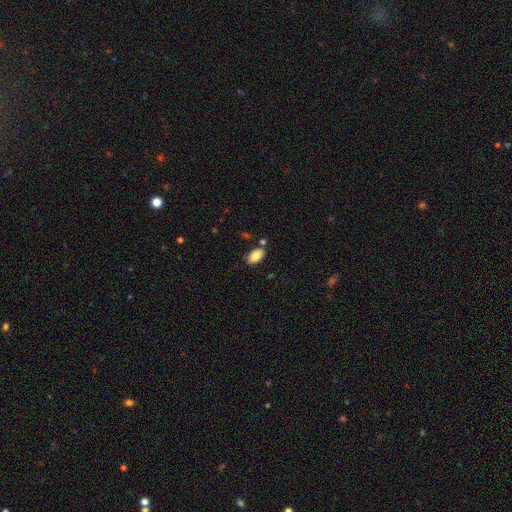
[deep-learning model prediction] Smooth or featured? Predicted: smooth (p=0.85). How rounded? Predicted: in between (p=0.93). Merging? Predicted: none (p=0.76).